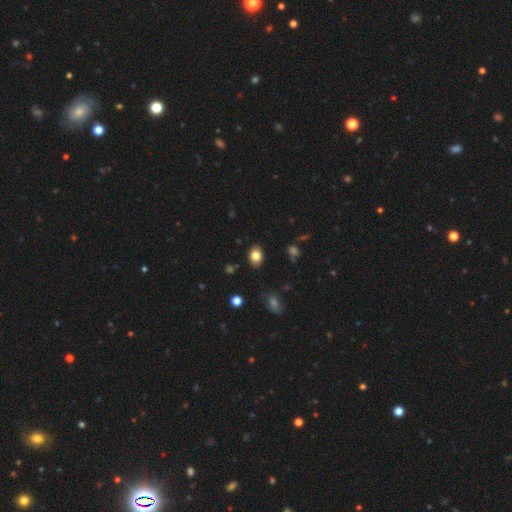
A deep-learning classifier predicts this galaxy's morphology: Smooth or featured?
  - smooth: 82% *
  - star or artifact: 9%
  - featured or disk: 9%
How rounded?
  - in between: 73% *
  - round: 26%
  - cigar-shaped: 1%
Merging?
  - none: 86% *
  - minor disturbance: 10%
  - major disturbance: 2%
  - merger: 1%